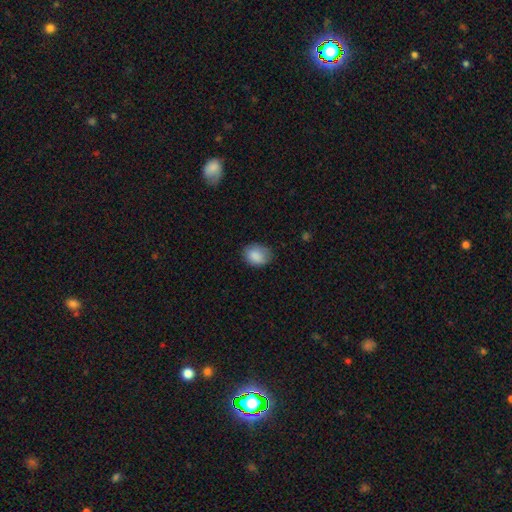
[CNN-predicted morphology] A smooth galaxy with no disk features (87%) that is in between round and cigar-shaped (64%).

Vote fractions:
- Smooth or featured? smooth: 87% / star or artifact: 7% / featured or disk: 6%
- How rounded? in between: 64% / round: 35% / cigar-shaped: 1%
- Merging? none: 73% / minor disturbance: 22% / major disturbance: 4% / merger: 1%